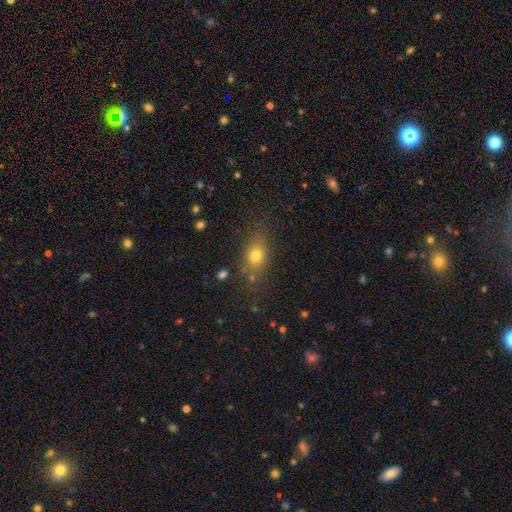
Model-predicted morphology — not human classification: smooth-or-featured: smooth: 74% | star or artifact: 13% | featured or disk: 13%
  how-rounded: in between: 66% | round: 27% | cigar-shaped: 6%
  merging: none: 74% | minor disturbance: 17% | major disturbance: 6% | merger: 4%